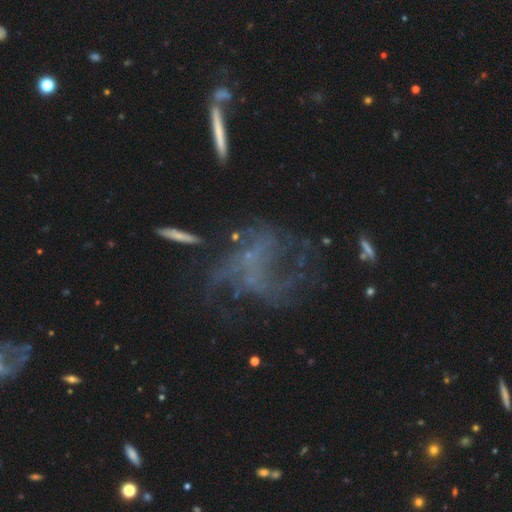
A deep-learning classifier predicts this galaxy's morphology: A featured or disk galaxy (64%) with no bar (72%), spiral arms (59%) and no central bulge (65%).

Vote fractions:
- Smooth or featured? featured or disk: 64% / star or artifact: 21% / smooth: 15%
- Edge-on disk? no: 95% / yes: 5%
- Bar? no: 72% / weak: 21% / strong: 7%
- Spiral arms? yes: 59% / no: 41%
- Bulge size? none: 65% / small: 26% / moderate: 6% / large: 2% / dominant: 1%
- Merging? none: 42% / major disturbance: 35% / minor disturbance: 17% / merger: 6%